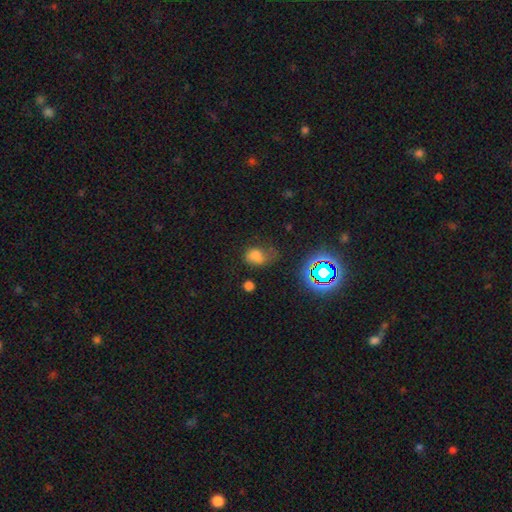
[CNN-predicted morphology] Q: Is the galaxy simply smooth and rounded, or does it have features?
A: smooth — 65%.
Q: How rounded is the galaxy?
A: in between — 67%.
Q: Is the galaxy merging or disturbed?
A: none — 35%.